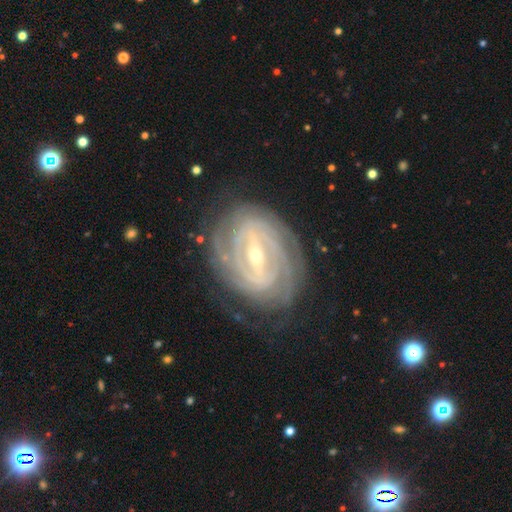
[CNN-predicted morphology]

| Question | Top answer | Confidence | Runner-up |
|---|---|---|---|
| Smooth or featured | featured or disk | 91% | star or artifact (5%) |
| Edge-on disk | no | 96% | yes (4%) |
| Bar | strong | 60% | weak (31%) |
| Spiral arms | yes | 96% | no (4%) |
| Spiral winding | tight | 82% | medium (15%) |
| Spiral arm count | can't tell | 28% | 2 (27%) |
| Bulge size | small | 62% | moderate (35%) |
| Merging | none | 80% | minor disturbance (14%) |